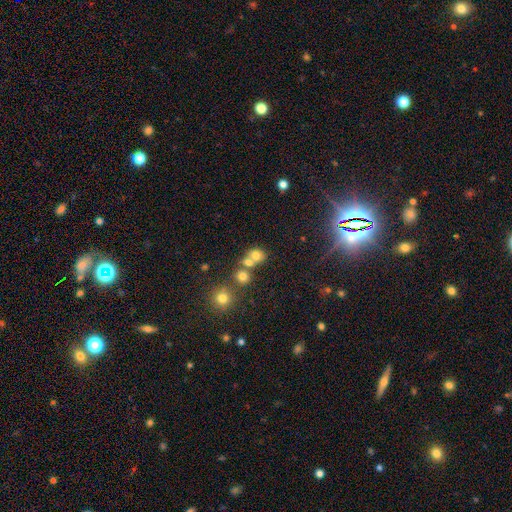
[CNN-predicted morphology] smooth_or_featured: smooth (p=0.70) [alt: star or artifact p=0.16]
how_rounded: round (p=0.67) [alt: in between p=0.32]
merging: merger (p=0.47) [alt: none p=0.39]